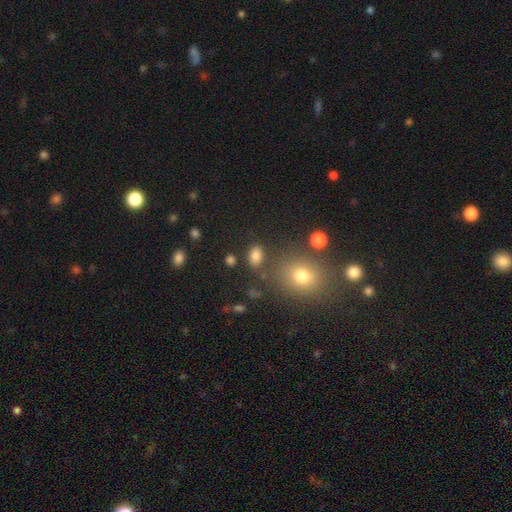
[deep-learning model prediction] Overall: smooth (81%). How rounded: in between (80%). Merging: none (78%).